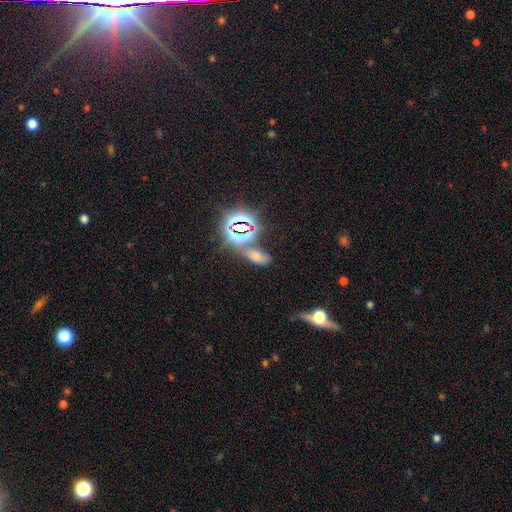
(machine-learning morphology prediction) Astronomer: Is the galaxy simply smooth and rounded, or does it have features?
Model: smooth — 50% (runner-up: star or artifact, 40%).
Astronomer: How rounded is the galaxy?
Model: in between — 76%.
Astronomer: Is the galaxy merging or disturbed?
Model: none — 55%.